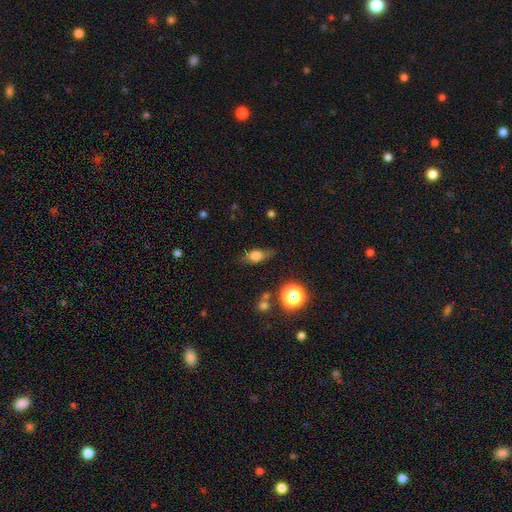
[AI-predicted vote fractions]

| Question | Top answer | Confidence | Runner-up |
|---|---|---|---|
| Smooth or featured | smooth | 70% | featured or disk (19%) |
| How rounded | in between | 70% | cigar-shaped (15%) |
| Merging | none | 69% | minor disturbance (22%) |